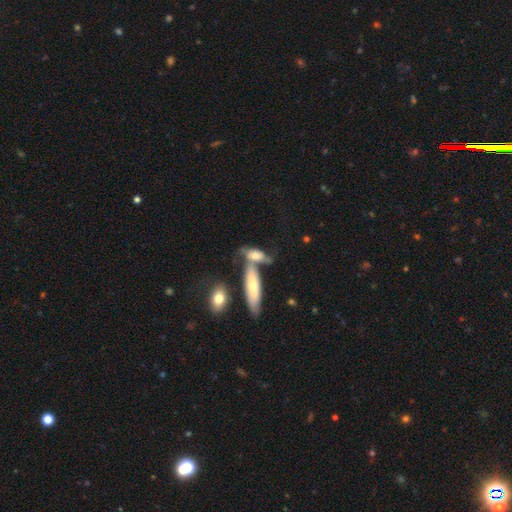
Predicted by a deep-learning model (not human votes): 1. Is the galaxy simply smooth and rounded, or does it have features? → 57% smooth, 35% featured or disk, 8% star or artifact.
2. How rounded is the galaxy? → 64% in between, 31% cigar-shaped, 6% round.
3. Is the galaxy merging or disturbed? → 40% merger, 36% none, 16% minor disturbance, 8% major disturbance.